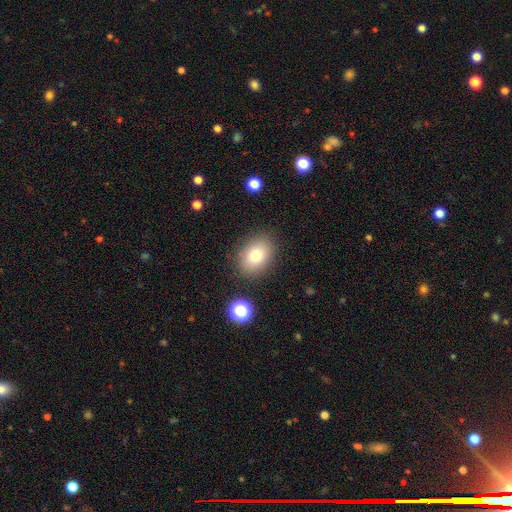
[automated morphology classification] Smooth or featured?
  - smooth: 78% *
  - star or artifact: 11%
  - featured or disk: 11%
How rounded?
  - in between: 65% *
  - round: 34%
  - cigar-shaped: 1%
Merging?
  - none: 85% *
  - minor disturbance: 10%
  - major disturbance: 3%
  - merger: 2%